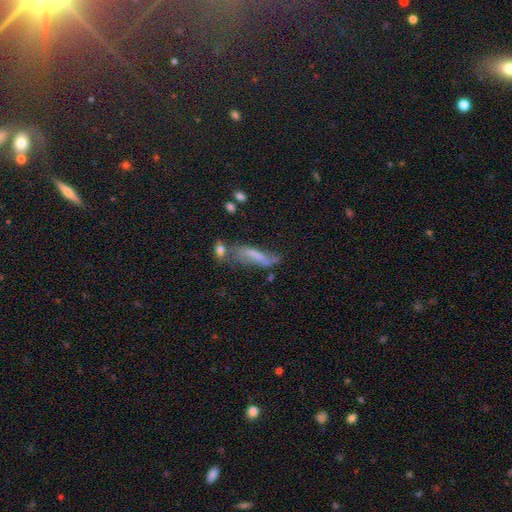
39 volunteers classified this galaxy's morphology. Smooth or featured?
  - smooth: 72% *
  - featured or disk: 18%
  - star or artifact: 10%
How rounded?
  - cigar-shaped: 68% *
  - in between: 29%
  - round: 4%
Merging?
  - none: 31% *
  - major disturbance: 29%
  - minor disturbance: 23%
  - merger: 17%